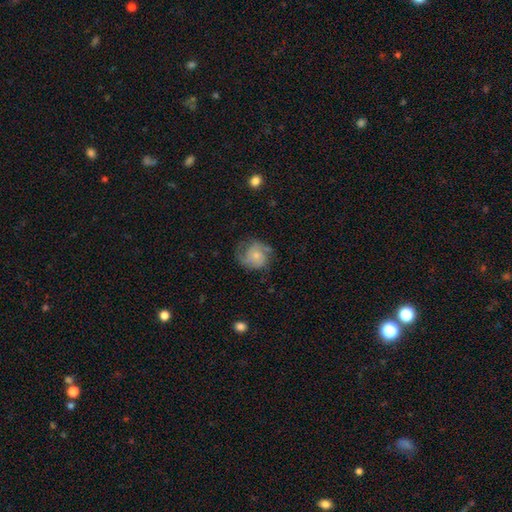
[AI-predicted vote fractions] The model was most divided on "bulge size": small: 55%, moderate: 35%, none: 6%, large: 3%, dominant: 1%. More confident: edge-on disk — no (98%); spiral arms — yes (86%); bar — no (78%); merging — none (58%); smooth or featured — featured or disk (57%).